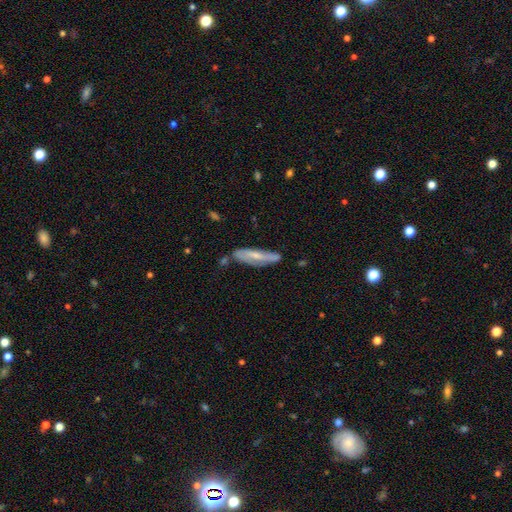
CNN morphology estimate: featured or disk 53%, smooth 40%, star or artifact 7%. Down the decision tree: edge-on disk — no (52%); merging — none (68%).